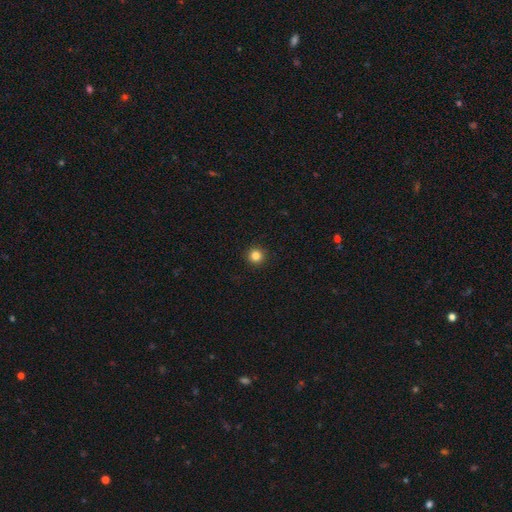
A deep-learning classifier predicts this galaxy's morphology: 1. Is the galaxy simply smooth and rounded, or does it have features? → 84% smooth, 12% star or artifact, 4% featured or disk.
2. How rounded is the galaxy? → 96% round, 3% in between, 1% cigar-shaped.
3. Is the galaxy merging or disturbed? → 94% none, 4% minor disturbance, 1% major disturbance, 1% merger.